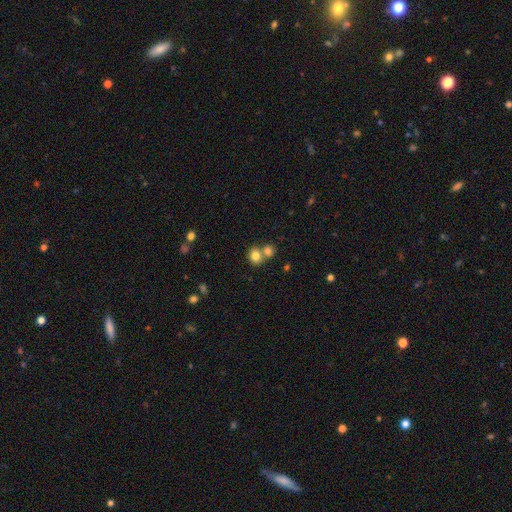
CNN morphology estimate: Smooth or featured? Predicted: smooth (p=0.80). How rounded? Predicted: round (p=0.76). Merging? Predicted: none (p=0.47).